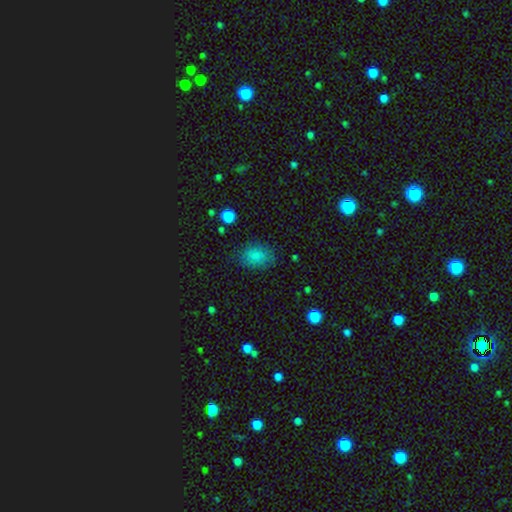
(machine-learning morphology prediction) Smooth or featured? smooth (84%)
How rounded? in between (74%)
Merging? none (75%)